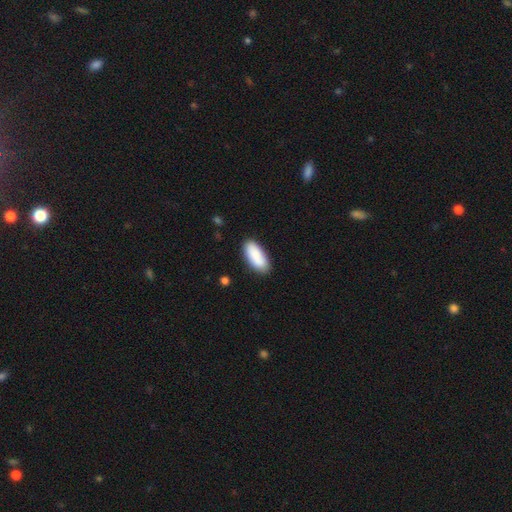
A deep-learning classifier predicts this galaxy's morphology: smooth 88%, featured or disk 6%, star or artifact 6%. Down the decision tree: how rounded — in between (85%); merging — none (83%).